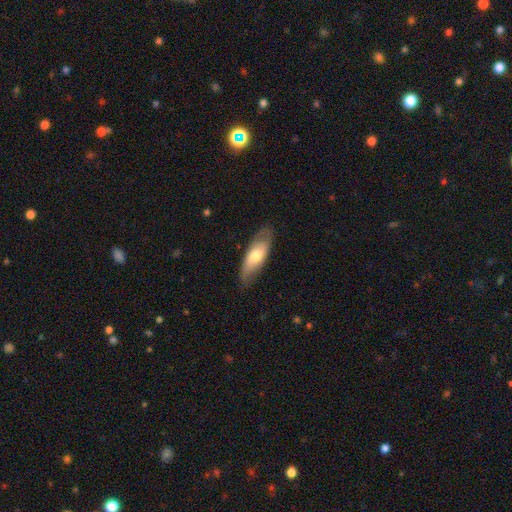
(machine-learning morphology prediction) This is possibly a smooth galaxy (58%). How rounded: likely in between (67%). Merging: likely none (77%).